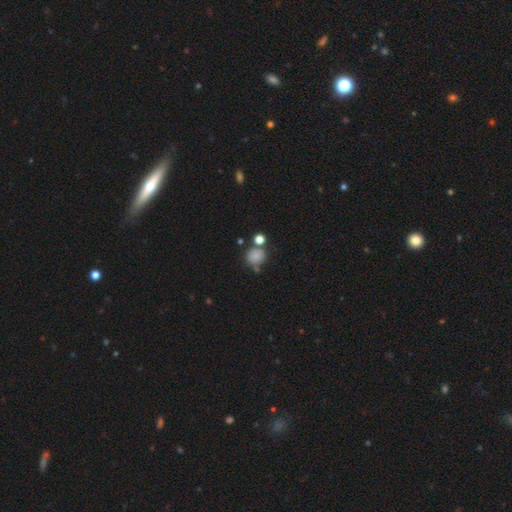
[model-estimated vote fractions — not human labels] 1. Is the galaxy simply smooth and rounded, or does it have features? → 80% smooth, 12% star or artifact, 8% featured or disk.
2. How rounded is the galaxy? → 84% round, 15% in between, 1% cigar-shaped.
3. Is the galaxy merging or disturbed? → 60% none, 21% merger, 14% minor disturbance, 5% major disturbance.